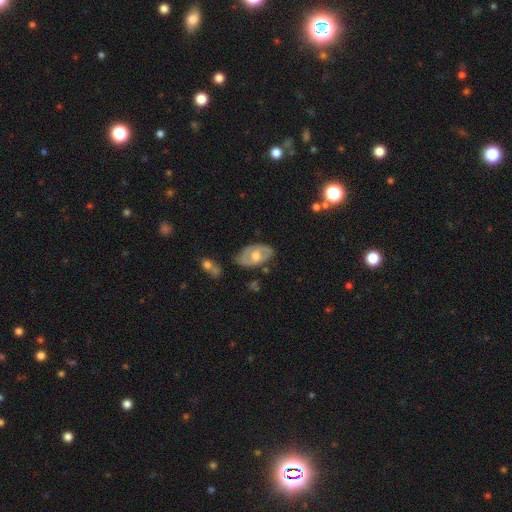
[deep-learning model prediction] Smooth or featured?
  - featured or disk: 60% *
  - smooth: 34%
  - star or artifact: 6%
Edge-on disk?
  - no: 92% *
  - yes: 8%
Bar?
  - no: 57% *
  - weak: 35%
  - strong: 8%
Spiral arms?
  - yes: 56% *
  - no: 44%
Bulge size?
  - moderate: 70% *
  - large: 15%
  - small: 13%
  - none: 2%
  - dominant: 1%
Merging?
  - none: 68% *
  - minor disturbance: 23%
  - major disturbance: 6%
  - merger: 3%